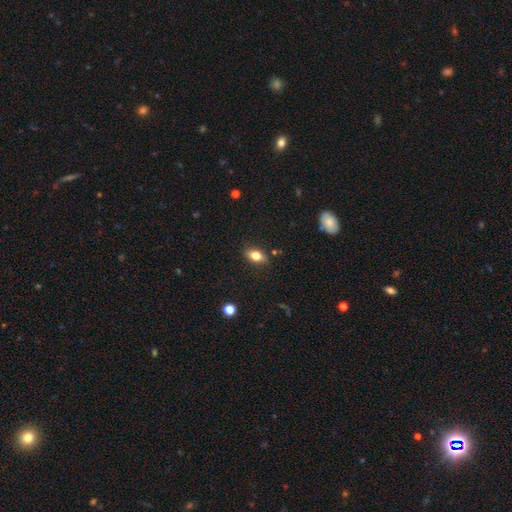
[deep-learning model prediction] Smooth or featured? Predicted: smooth (p=0.77). How rounded? Predicted: in between (p=0.82). Merging? Predicted: none (p=0.85).